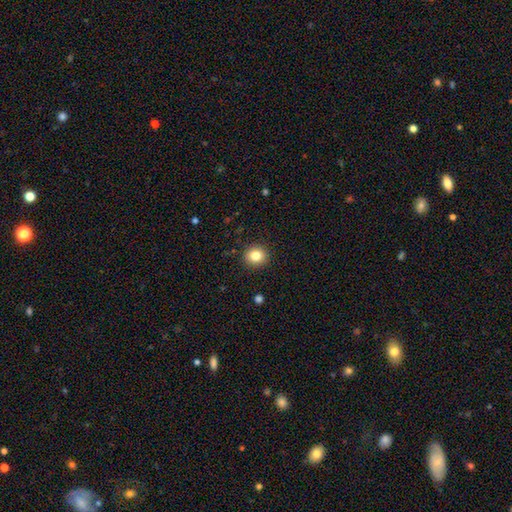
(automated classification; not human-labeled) A smooth galaxy with no disk features (83%) that is round (84%). Merging: none (91%).